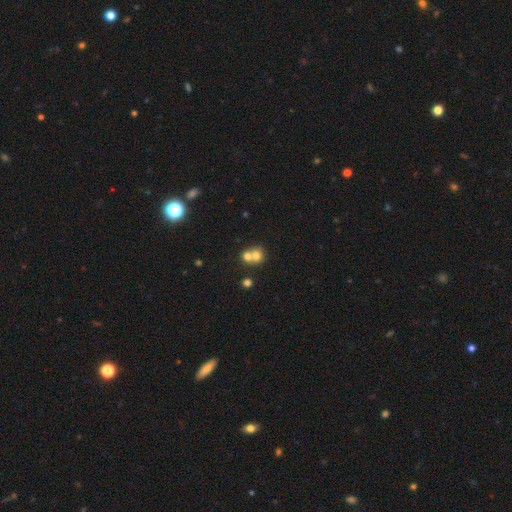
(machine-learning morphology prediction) This is likely a smooth galaxy (71%). How rounded: likely round (78%). Merging: likely merger (64%).